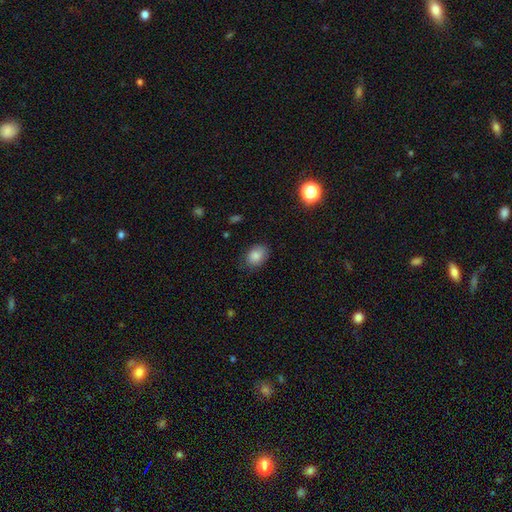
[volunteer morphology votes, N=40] smooth_or_featured: smooth (p=0.85) [alt: featured or disk p=0.10]
how_rounded: in between (p=0.59) [alt: round p=0.41]
merging: none (p=0.74) [alt: minor disturbance p=0.16]